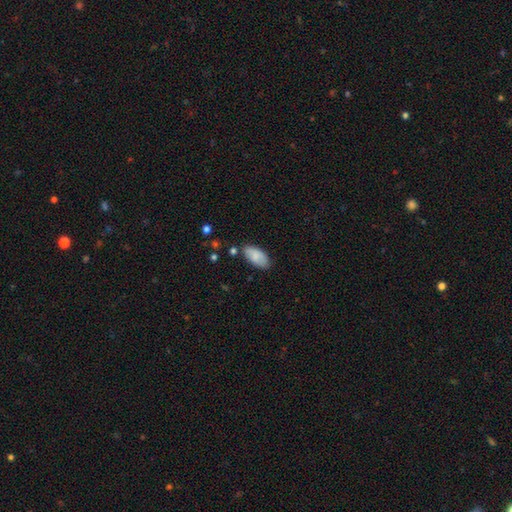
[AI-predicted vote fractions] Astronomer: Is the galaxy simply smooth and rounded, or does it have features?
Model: smooth — 81%.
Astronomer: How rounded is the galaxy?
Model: in between — 93%.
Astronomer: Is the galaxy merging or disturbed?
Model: none — 75%.